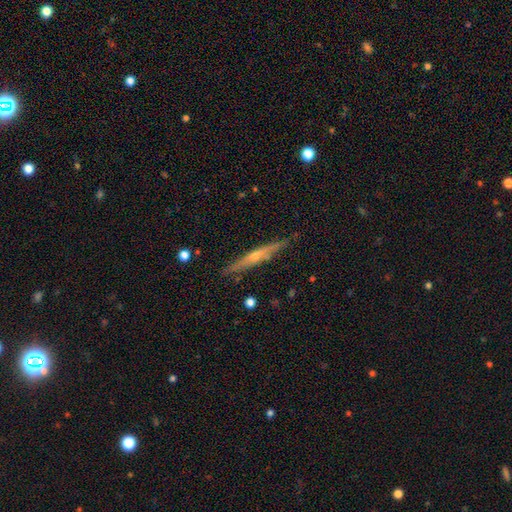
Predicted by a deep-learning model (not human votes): A featured or disk galaxy (71%) viewed edge-on (96%) with a rounded central bulge (75%). Merging: none (87%).